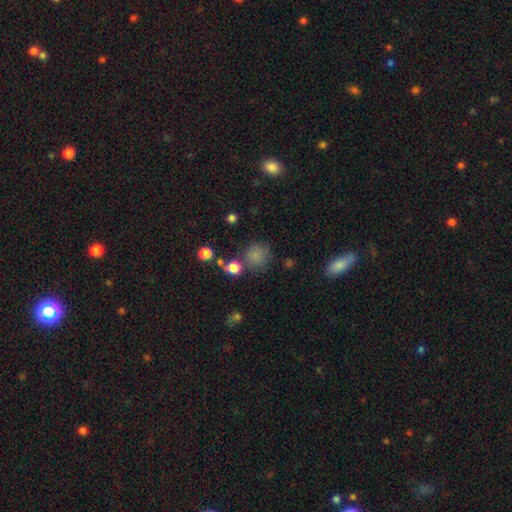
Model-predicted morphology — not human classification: This appears to be a smooth galaxy with no disk features (77%) that is round (87%). Merging: none (67%).